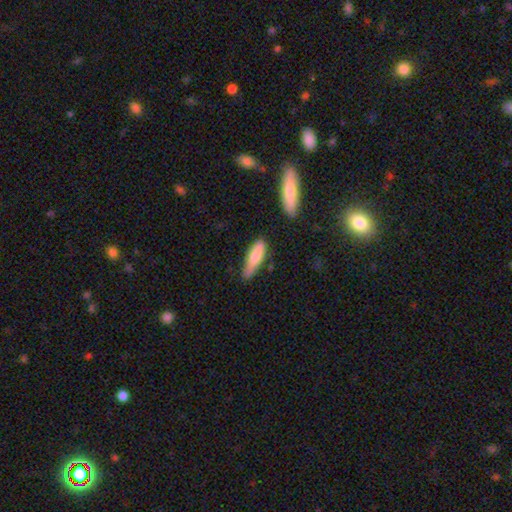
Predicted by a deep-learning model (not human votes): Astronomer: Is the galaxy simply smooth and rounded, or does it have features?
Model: smooth — 77%.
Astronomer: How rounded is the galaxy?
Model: cigar-shaped — 61% (runner-up: in between, 38%).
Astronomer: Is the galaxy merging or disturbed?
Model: none — 59%.